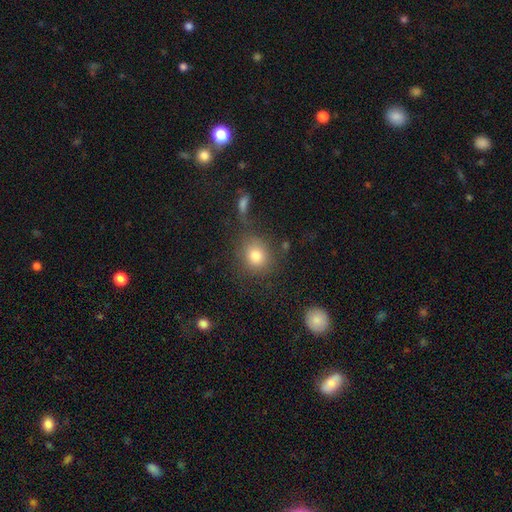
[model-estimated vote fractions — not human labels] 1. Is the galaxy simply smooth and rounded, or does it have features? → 80% smooth, 11% star or artifact, 9% featured or disk.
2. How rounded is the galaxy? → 75% round, 23% in between, 1% cigar-shaped.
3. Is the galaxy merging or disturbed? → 73% none, 13% minor disturbance, 7% major disturbance, 7% merger.